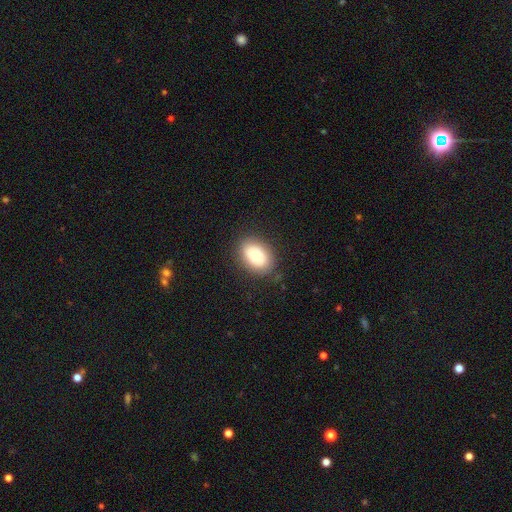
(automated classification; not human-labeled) smooth-or-featured: smooth: 81% | featured or disk: 12% | star or artifact: 8%
  how-rounded: in between: 84% | round: 15% | cigar-shaped: 1%
  merging: none: 81% | minor disturbance: 13% | major disturbance: 4% | merger: 1%